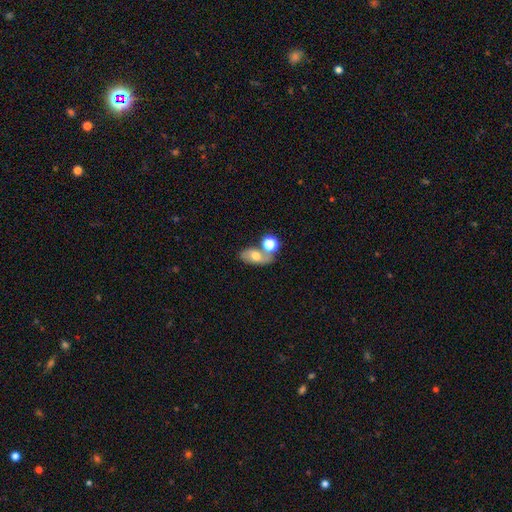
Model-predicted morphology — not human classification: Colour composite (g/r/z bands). It shows a smooth galaxy with no disk features (54%) that is in between round and cigar-shaped (78%). Merging: none (46%).